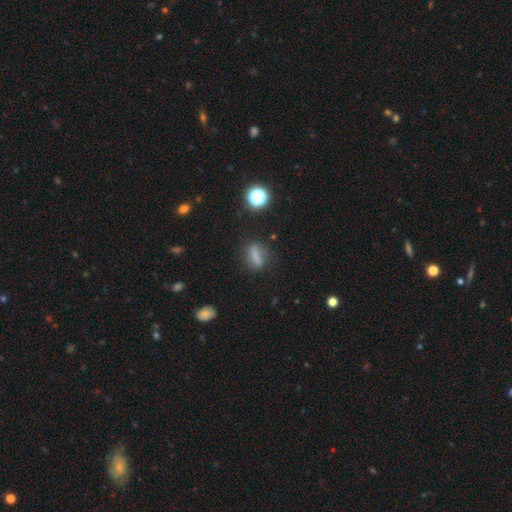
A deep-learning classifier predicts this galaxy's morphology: smooth-or-featured: smooth: 66% | featured or disk: 18% | star or artifact: 16%
  how-rounded: in between: 51% | cigar-shaped: 29% | round: 20%
  merging: none: 73% | minor disturbance: 16% | major disturbance: 8% | merger: 3%